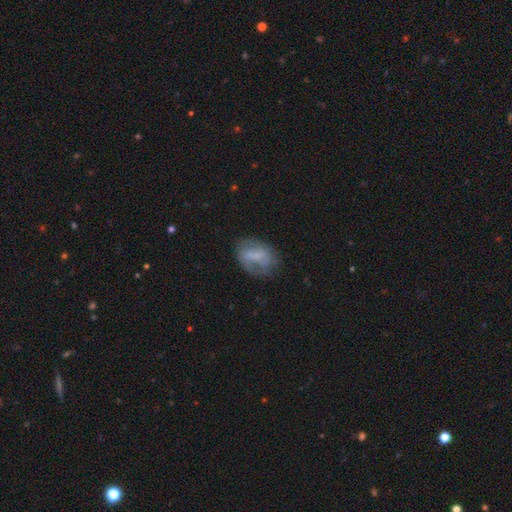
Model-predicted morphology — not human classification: Smooth or featured?
  - smooth: 50% *
  - featured or disk: 41%
  - star or artifact: 9%
Merging?
  - none: 58% *
  - minor disturbance: 25%
  - major disturbance: 15%
  - merger: 2%